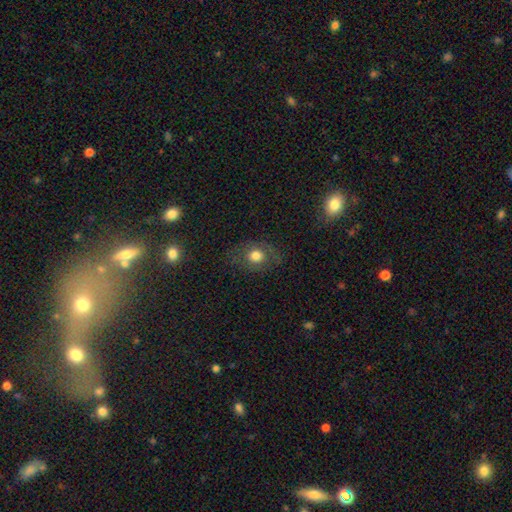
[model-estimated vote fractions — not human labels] This appears to be a smooth galaxy with no disk features (66%) that is round (50%). Merging: none (76%).